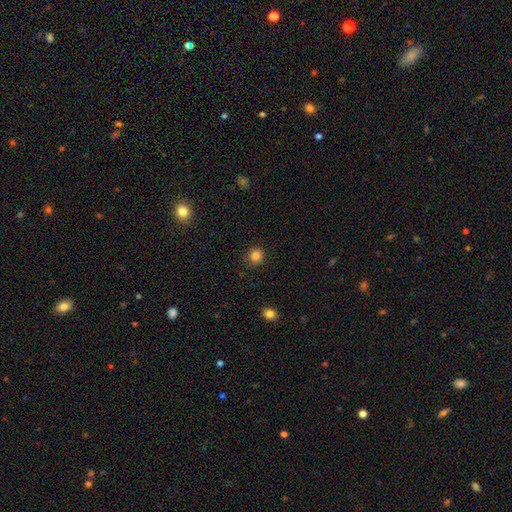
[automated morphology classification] Smooth or featured?
  - smooth: 84% *
  - star or artifact: 12%
  - featured or disk: 4%
How rounded?
  - round: 90% *
  - in between: 9%
  - cigar-shaped: 1%
Merging?
  - none: 89% *
  - minor disturbance: 8%
  - major disturbance: 2%
  - merger: 1%